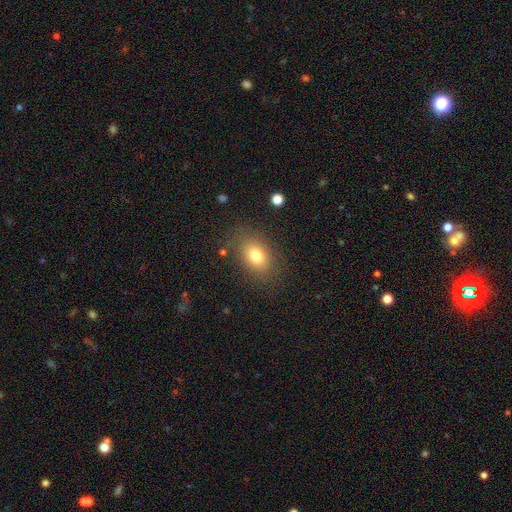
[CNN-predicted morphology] This appears to be a smooth galaxy with no disk features (76%) that is in between round and cigar-shaped (76%). Merging: none (81%).